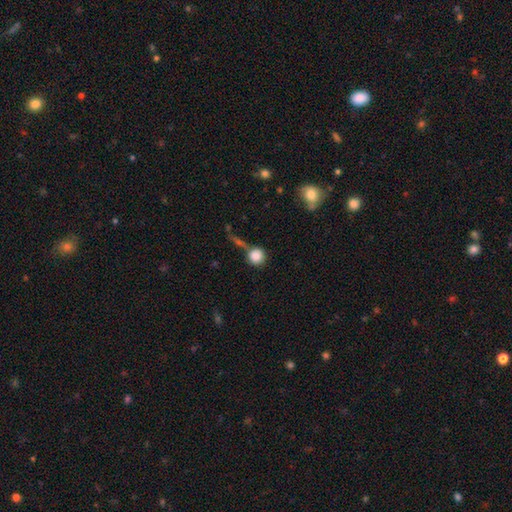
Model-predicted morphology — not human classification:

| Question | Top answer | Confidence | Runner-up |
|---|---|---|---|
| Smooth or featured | smooth | 84% | star or artifact (9%) |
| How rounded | round | 91% | in between (8%) |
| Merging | none | 54% | merger (23%) |